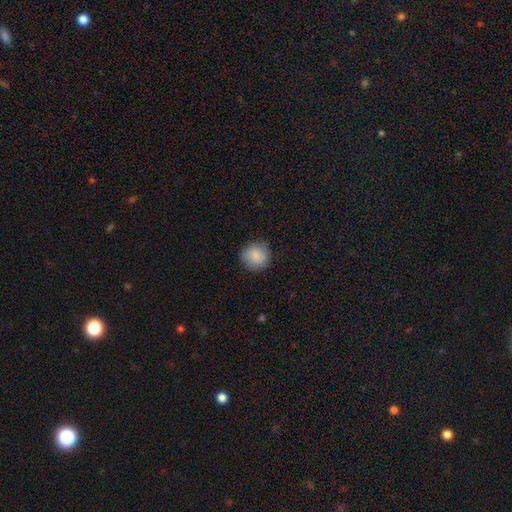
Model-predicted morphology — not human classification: Q: Smooth or featured?
A: smooth (86%); runner-up: star or artifact (7%)
Q: How rounded?
A: round (92%); runner-up: in between (7%)
Q: Merging?
A: none (86%); runner-up: minor disturbance (11%)